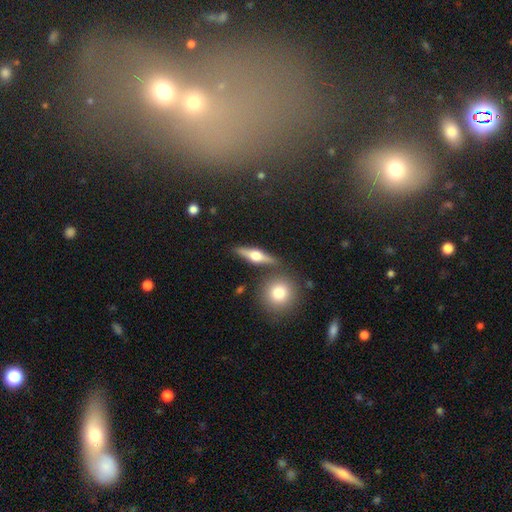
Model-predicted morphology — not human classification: Smooth or featured? featured or disk (62%)
Edge-on disk? yes (93%)
Edge-on bulge? rounded (95%)
Merging? none (83%)